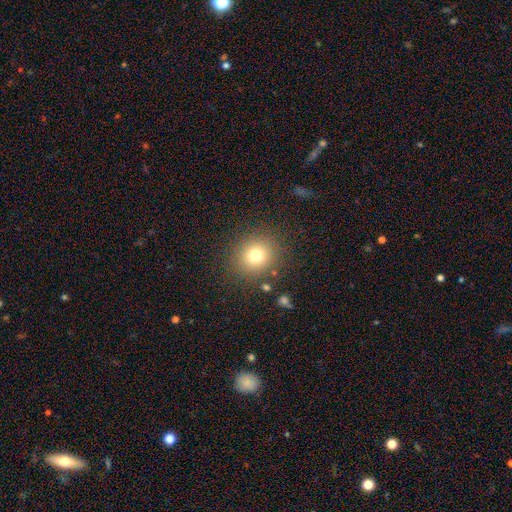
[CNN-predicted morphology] A smooth galaxy with no disk features (76%) that is round (84%). Merging: none (85%).